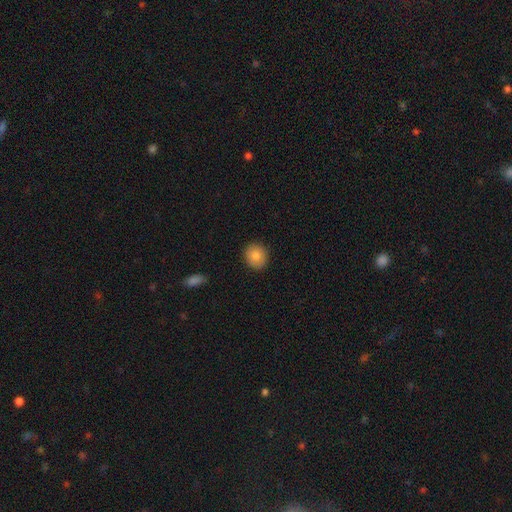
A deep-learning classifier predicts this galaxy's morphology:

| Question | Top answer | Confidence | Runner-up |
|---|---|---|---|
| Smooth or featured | smooth | 83% | featured or disk (8%) |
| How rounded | round | 78% | in between (21%) |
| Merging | none | 90% | minor disturbance (8%) |